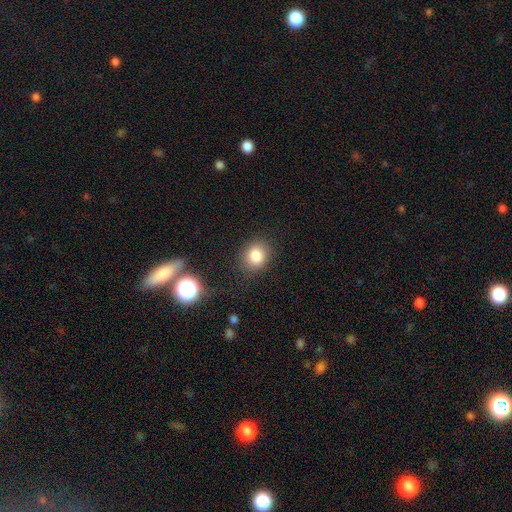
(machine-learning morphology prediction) Smooth or featured? Predicted: smooth (p=0.82). How rounded? Predicted: round (p=0.68). Merging? Predicted: none (p=0.84).